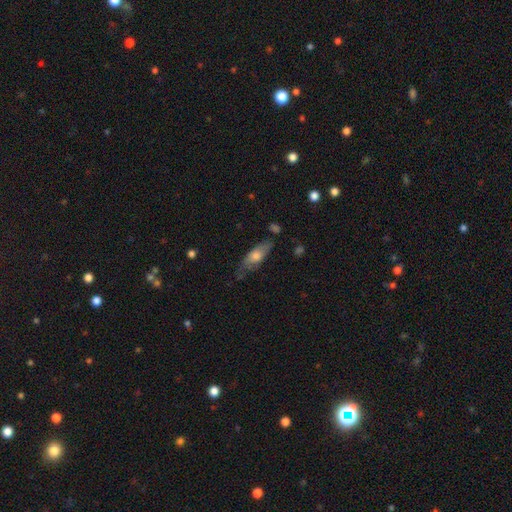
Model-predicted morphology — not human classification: Smooth or featured? smooth (61%)
How rounded? in between (66%)
Merging? none (58%)